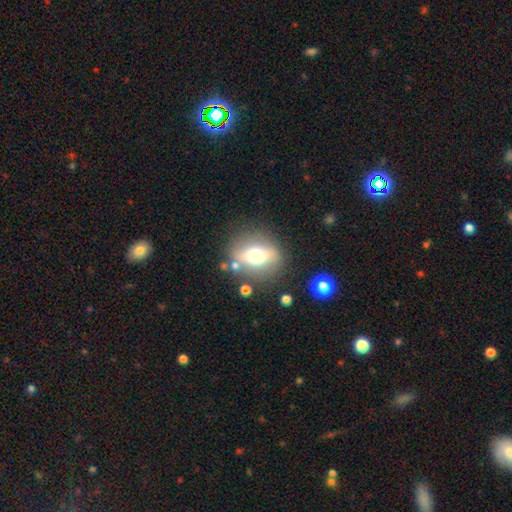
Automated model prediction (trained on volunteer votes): Q: Smooth or featured?
A: smooth (55%); runner-up: featured or disk (35%)
Q: How rounded?
A: round (56%); runner-up: in between (40%)
Q: Merging?
A: none (77%); runner-up: minor disturbance (12%)